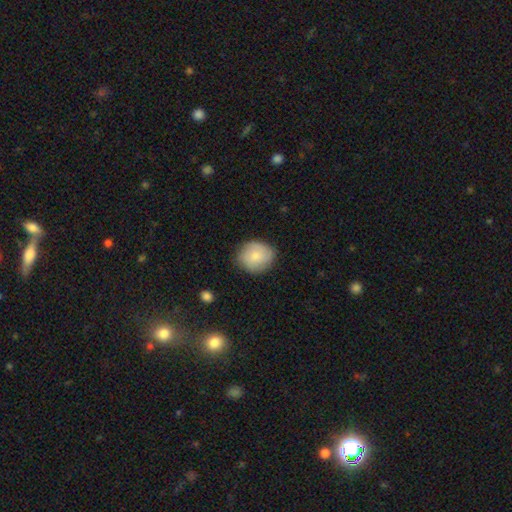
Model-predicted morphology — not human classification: Smooth or featured?
  - smooth: 79% *
  - featured or disk: 15%
  - star or artifact: 7%
How rounded?
  - round: 75% *
  - in between: 24%
  - cigar-shaped: 1%
Merging?
  - none: 78% *
  - minor disturbance: 17%
  - major disturbance: 3%
  - merger: 1%